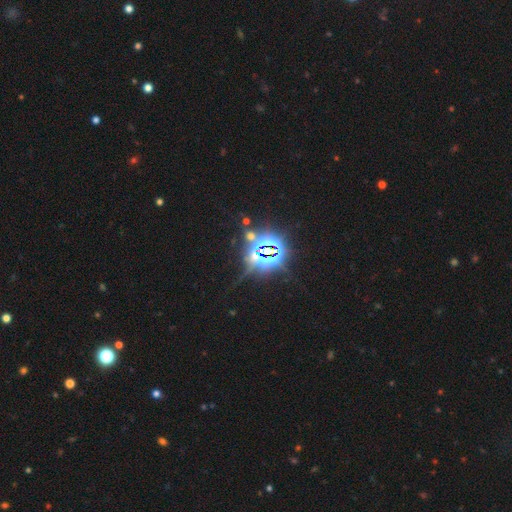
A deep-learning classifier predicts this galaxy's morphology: A star or artifact, not a galaxy (81%).

Vote fractions:
- Smooth or featured? star or artifact: 81% / smooth: 11% / featured or disk: 8%